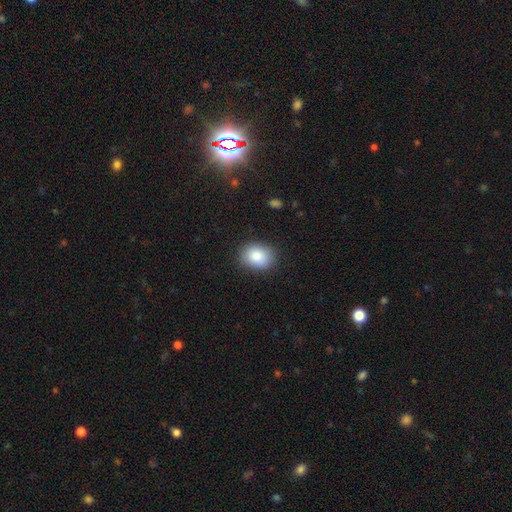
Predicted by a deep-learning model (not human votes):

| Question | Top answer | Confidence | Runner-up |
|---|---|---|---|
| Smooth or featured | smooth | 86% | star or artifact (8%) |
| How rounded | in between | 60% | round (39%) |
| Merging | none | 86% | minor disturbance (10%) |